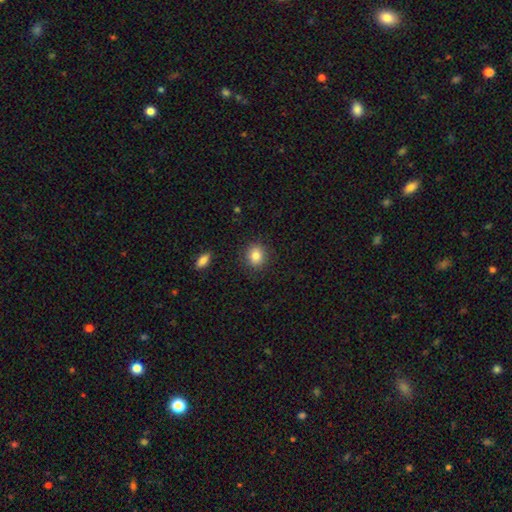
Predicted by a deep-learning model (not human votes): Smooth or featured? smooth (85%)
How rounded? round (69%)
Merging? none (87%)